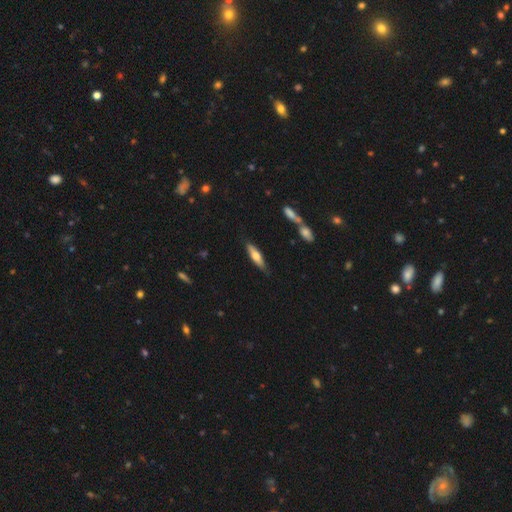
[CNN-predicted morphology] A smooth galaxy with no disk features (60%) that is cigar-shaped (69%).

Vote fractions:
- Smooth or featured? smooth: 60% / featured or disk: 35% / star or artifact: 6%
- How rounded? cigar-shaped: 69% / in between: 29% / round: 2%
- Merging? none: 80% / minor disturbance: 14% / merger: 4% / major disturbance: 3%